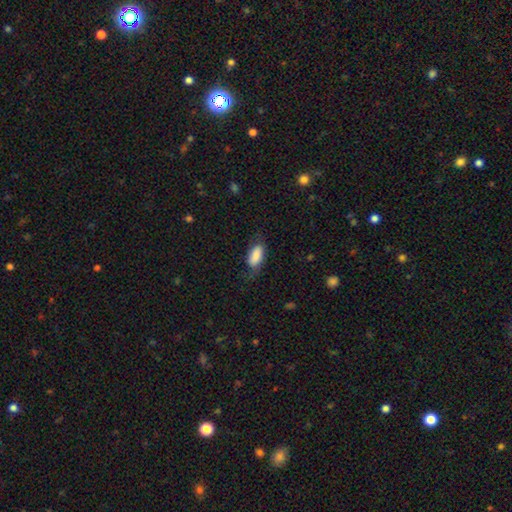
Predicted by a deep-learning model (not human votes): Smooth or featured?
  - smooth: 80% *
  - featured or disk: 13%
  - star or artifact: 7%
How rounded?
  - in between: 89% *
  - cigar-shaped: 8%
  - round: 3%
Merging?
  - none: 62% *
  - minor disturbance: 25%
  - major disturbance: 11%
  - merger: 1%